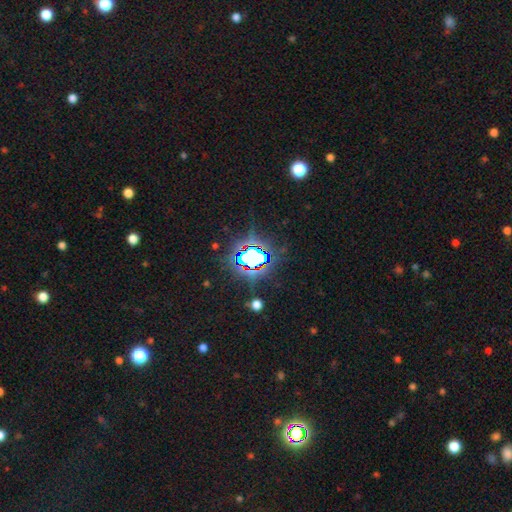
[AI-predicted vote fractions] smooth_or_featured: star or artifact (p=0.79) [alt: smooth p=0.13]